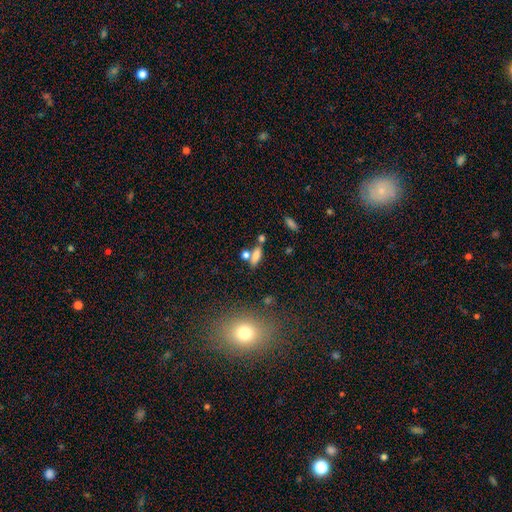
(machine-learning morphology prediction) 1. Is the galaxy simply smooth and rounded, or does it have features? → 72% smooth, 16% featured or disk, 12% star or artifact.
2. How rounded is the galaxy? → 52% in between, 42% cigar-shaped, 6% round.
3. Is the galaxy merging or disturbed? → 51% none, 31% merger, 13% minor disturbance, 6% major disturbance.